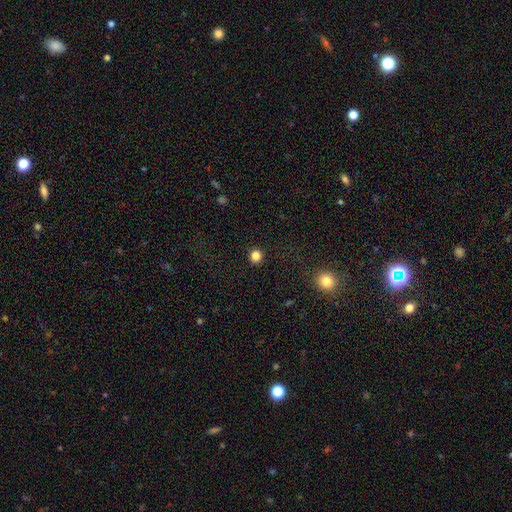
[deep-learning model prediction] smooth 84%, star or artifact 12%, featured or disk 4%. Down the decision tree: how rounded — round (88%); merging — none (91%).